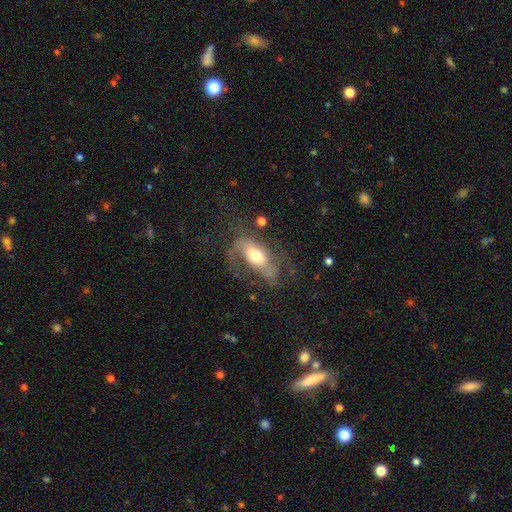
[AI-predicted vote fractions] Smooth or featured?
  - featured or disk: 49% *
  - smooth: 43%
  - star or artifact: 8%
Merging?
  - none: 41% *
  - major disturbance: 32%
  - minor disturbance: 23%
  - merger: 4%